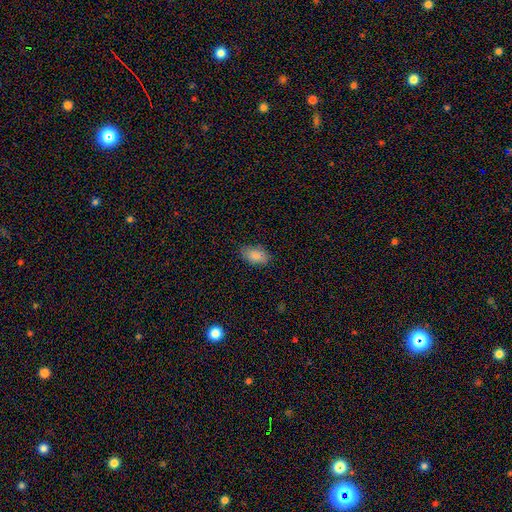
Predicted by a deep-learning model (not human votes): Smooth or featured? Predicted: smooth (p=0.85). How rounded? Predicted: in between (p=0.91). Merging? Predicted: none (p=0.78).